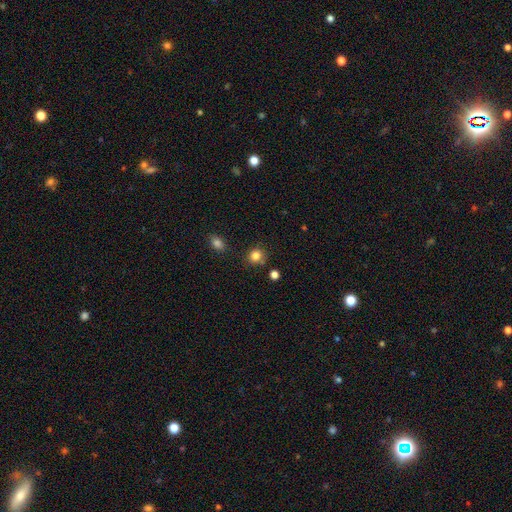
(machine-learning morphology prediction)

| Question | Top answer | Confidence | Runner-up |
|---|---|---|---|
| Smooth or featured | smooth | 83% | star or artifact (12%) |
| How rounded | round | 83% | in between (17%) |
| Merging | none | 77% | minor disturbance (13%) |